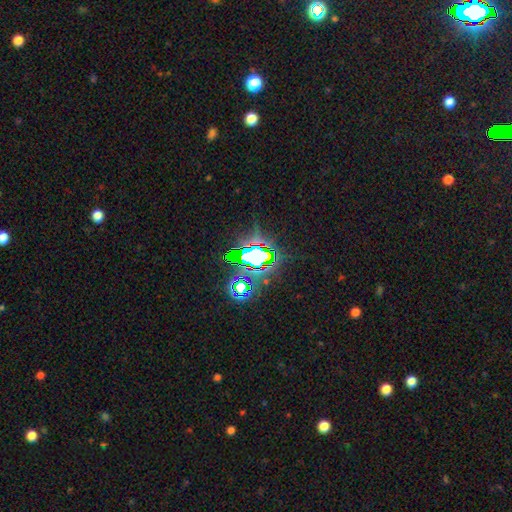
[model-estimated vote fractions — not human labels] The model was most divided on "smooth or featured": star or artifact: 72%, smooth: 14%, featured or disk: 14%.